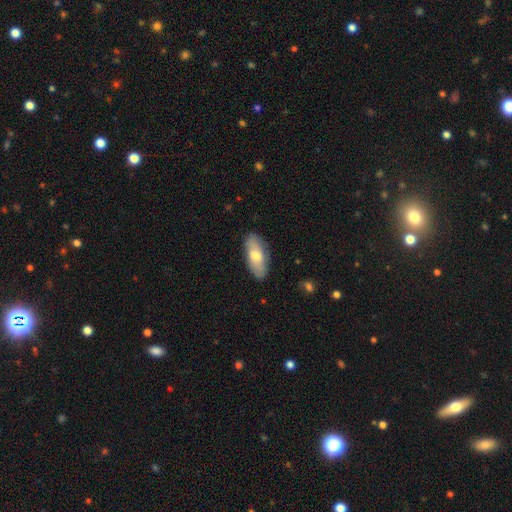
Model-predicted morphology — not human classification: Smooth or featured: smooth — 67% (featured or disk — 27%)
How rounded: in between — 85% (cigar-shaped — 13%)
Merging: none — 82% (minor disturbance — 14%)